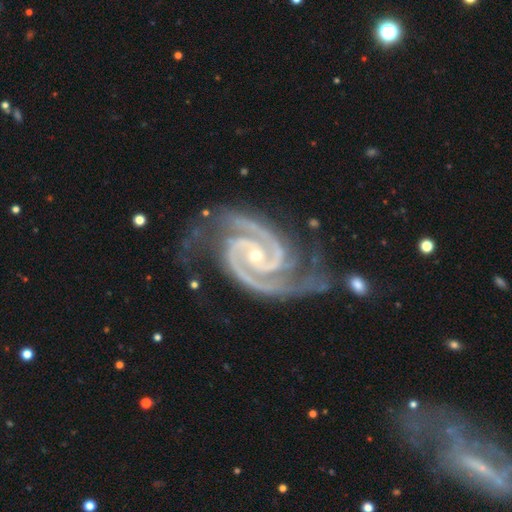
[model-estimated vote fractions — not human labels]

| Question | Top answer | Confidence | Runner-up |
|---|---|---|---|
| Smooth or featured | featured or disk | 95% | star or artifact (4%) |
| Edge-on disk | no | 98% | yes (2%) |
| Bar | no | 53% | weak (29%) |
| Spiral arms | yes | 99% | no (1%) |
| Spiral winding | tight | 55% | medium (41%) |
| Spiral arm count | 2 | 86% | 3 (7%) |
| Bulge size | small | 63% | moderate (34%) |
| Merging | none | 61% | minor disturbance (25%) |